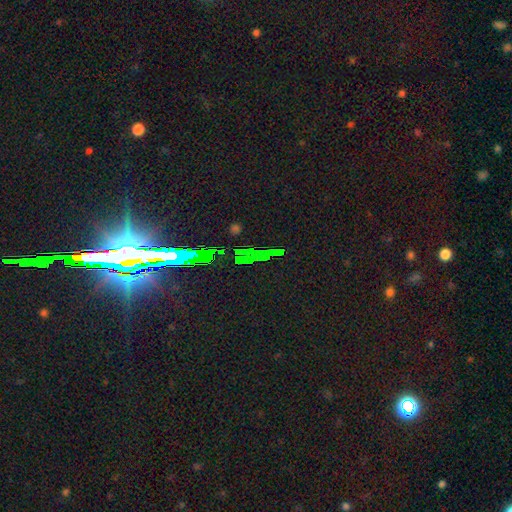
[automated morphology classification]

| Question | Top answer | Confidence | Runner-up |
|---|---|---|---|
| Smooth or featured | star or artifact | 77% | featured or disk (13%) |